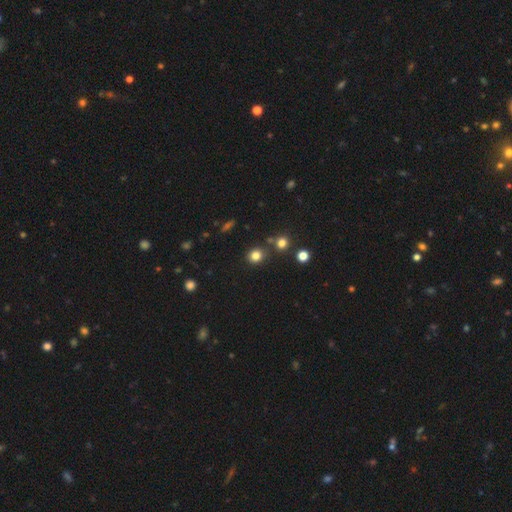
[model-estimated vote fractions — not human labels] smooth_or_featured: smooth (p=0.80) [alt: star or artifact p=0.14]
how_rounded: round (p=0.81) [alt: in between p=0.18]
merging: none (p=0.80) [alt: merger p=0.09]